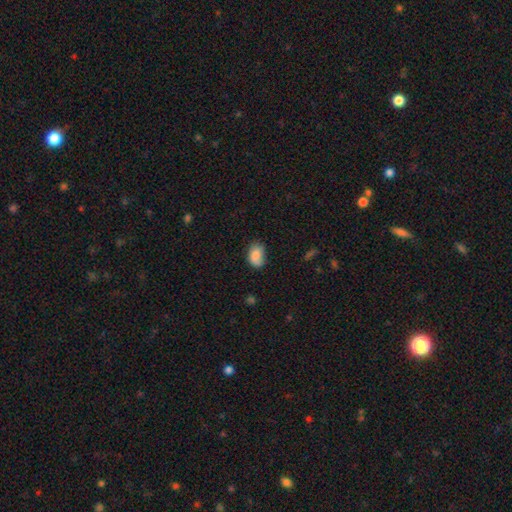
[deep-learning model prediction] Smooth or featured?
  - smooth: 85% *
  - star or artifact: 8%
  - featured or disk: 7%
How rounded?
  - in between: 84% *
  - round: 14%
  - cigar-shaped: 1%
Merging?
  - none: 60% *
  - minor disturbance: 31%
  - major disturbance: 7%
  - merger: 2%